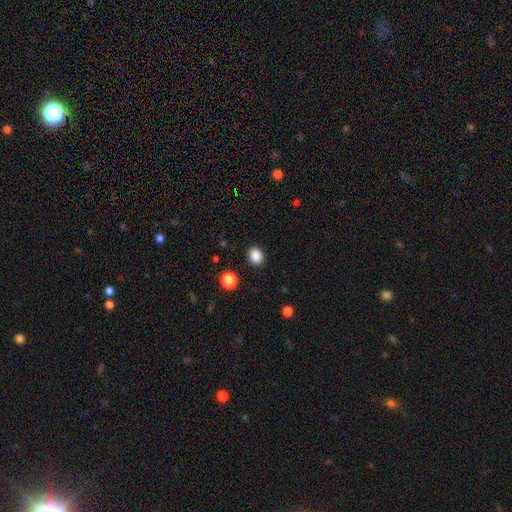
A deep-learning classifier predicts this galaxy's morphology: The model was most divided on "how rounded": round: 59%, in between: 40%, cigar-shaped: 1%. More confident: merging — none (90%); smooth or featured — smooth (87%).